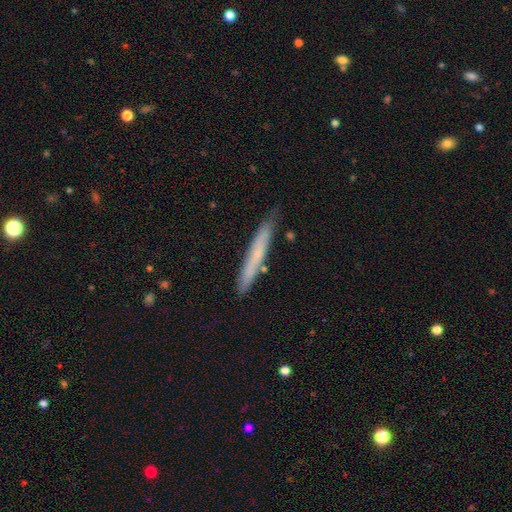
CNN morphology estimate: smooth 57%, featured or disk 35%, star or artifact 8%. Down the decision tree: how rounded — cigar-shaped (96%); merging — none (84%).